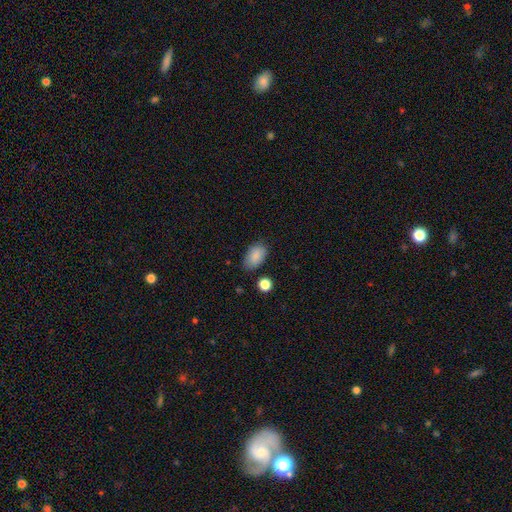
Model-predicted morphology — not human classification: Smooth or featured: smooth — 88% (star or artifact — 8%)
How rounded: in between — 91% (round — 8%)
Merging: none — 75% (minor disturbance — 18%)